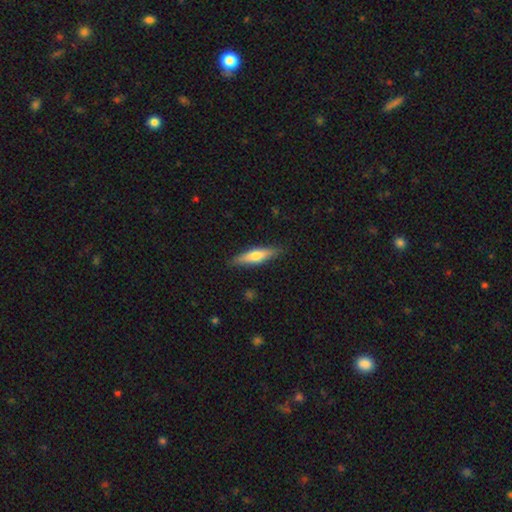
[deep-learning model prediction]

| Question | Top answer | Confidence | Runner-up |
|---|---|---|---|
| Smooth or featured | smooth | 59% | featured or disk (35%) |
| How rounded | cigar-shaped | 75% | in between (23%) |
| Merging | none | 87% | minor disturbance (9%) |